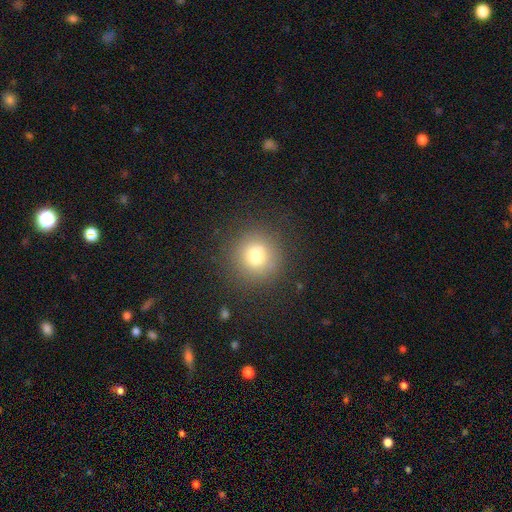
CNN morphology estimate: The model was most divided on "smooth or featured": smooth: 75%, star or artifact: 15%, featured or disk: 10%. More confident: how rounded — round (94%); merging — none (87%).